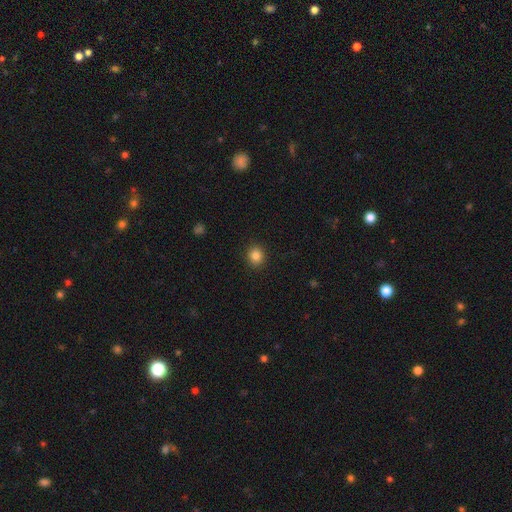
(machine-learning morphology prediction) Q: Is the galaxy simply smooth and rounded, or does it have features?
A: smooth — 84%.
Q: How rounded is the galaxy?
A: round — 81%.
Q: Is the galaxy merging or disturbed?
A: none — 91%.